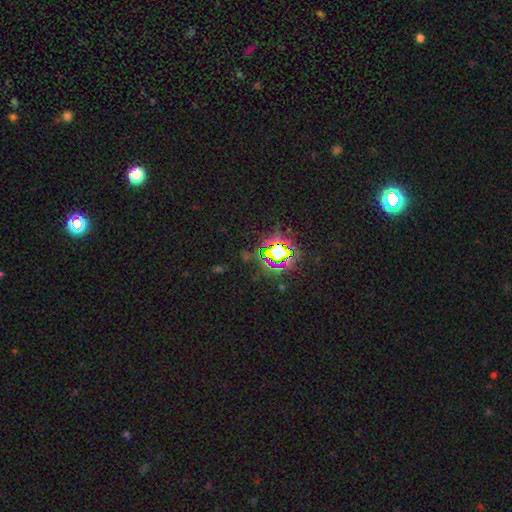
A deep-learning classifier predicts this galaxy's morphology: A star or artifact, not a galaxy (80%).